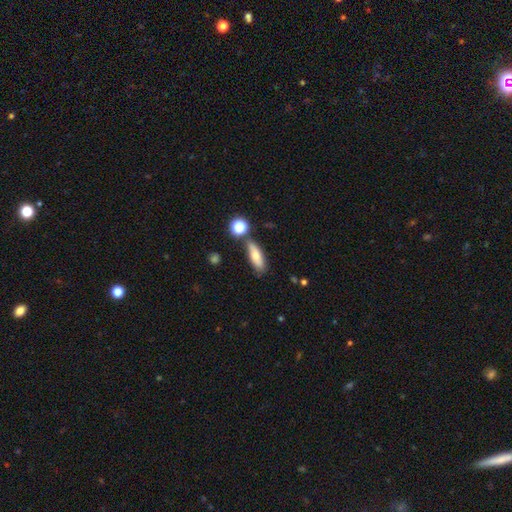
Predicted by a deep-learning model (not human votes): A smooth galaxy with no disk features (70%) that is in between round and cigar-shaped (56%). Merging: none (70%).